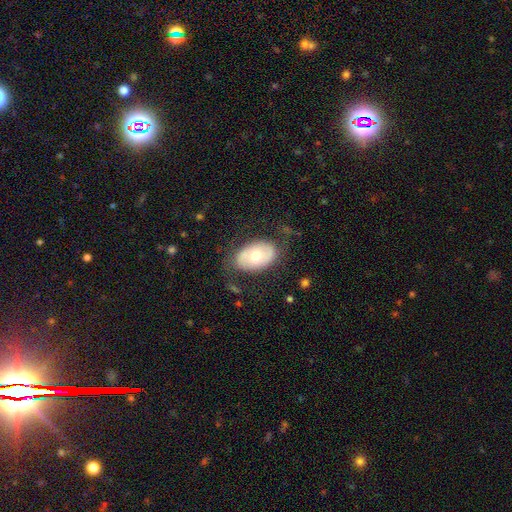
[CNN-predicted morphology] Overall: smooth (56%; featured or disk 38%). How rounded: in between (86%). Merging: none (72%).